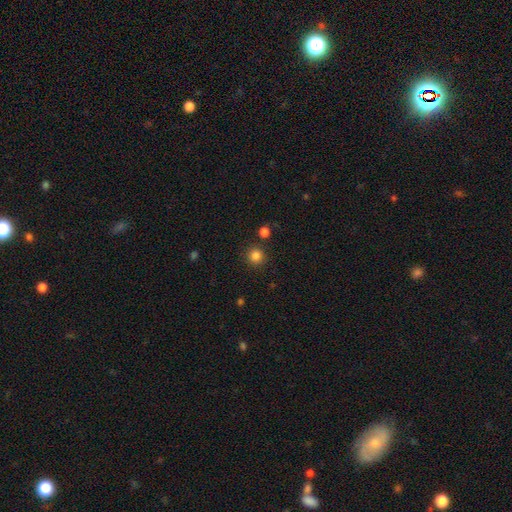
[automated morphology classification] type=smooth (83%); roundness=round (95%); merging=none (89%).